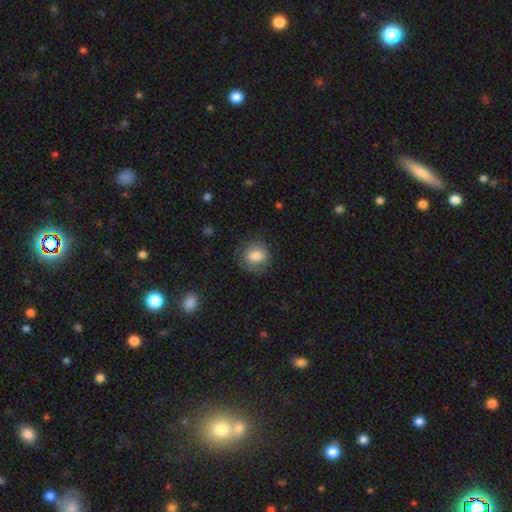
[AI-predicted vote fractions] The model was most divided on "how rounded": round: 69%, in between: 30%, cigar-shaped: 1%. More confident: merging — none (79%); smooth or featured — smooth (77%).